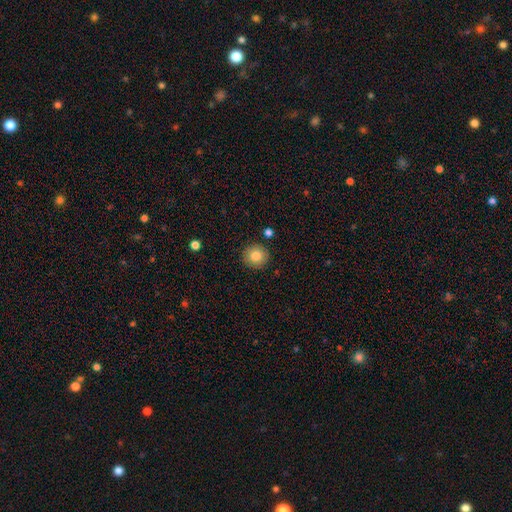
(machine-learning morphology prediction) Smooth or featured? Predicted: smooth (p=0.83). How rounded? Predicted: round (p=0.92). Merging? Predicted: none (p=0.89).